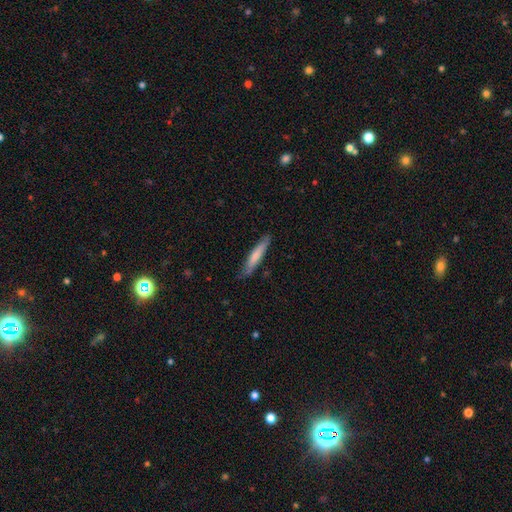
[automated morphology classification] smooth 69%, featured or disk 26%, star or artifact 5%. Down the decision tree: how rounded — cigar-shaped (91%); merging — none (82%).